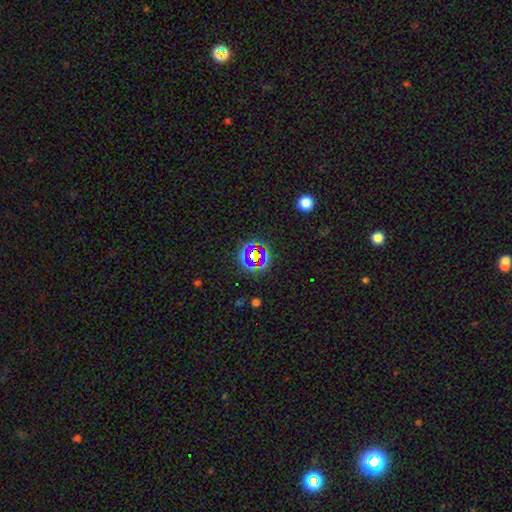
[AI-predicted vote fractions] Overall: star or artifact (65%).